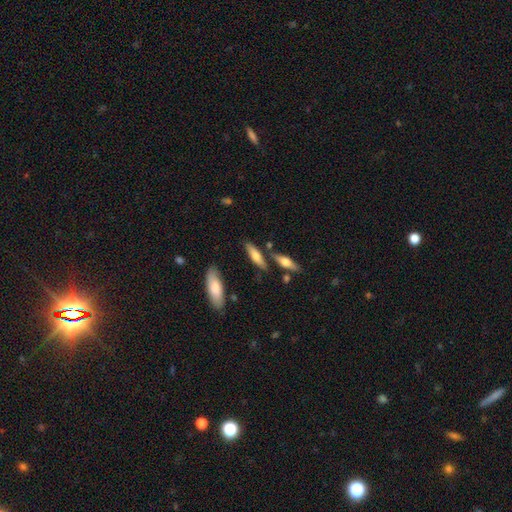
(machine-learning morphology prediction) Smooth or featured: smooth — 62% (featured or disk — 31%)
How rounded: cigar-shaped — 58% (in between — 40%)
Merging: none — 73% (minor disturbance — 13%)